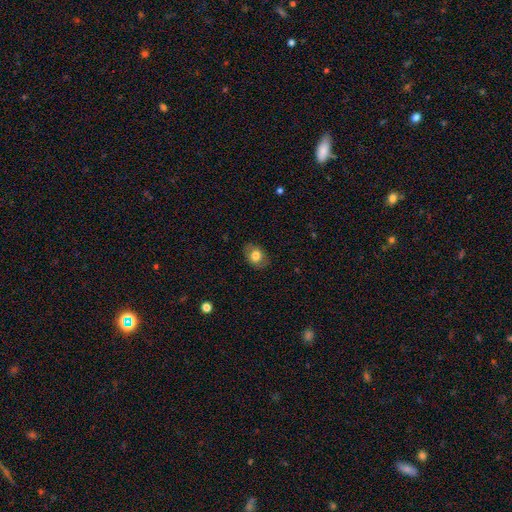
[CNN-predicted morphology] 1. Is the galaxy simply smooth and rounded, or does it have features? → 75% smooth, 17% featured or disk, 8% star or artifact.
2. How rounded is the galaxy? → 68% in between, 31% round, 1% cigar-shaped.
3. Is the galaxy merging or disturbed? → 82% none, 13% minor disturbance, 4% major disturbance, 1% merger.